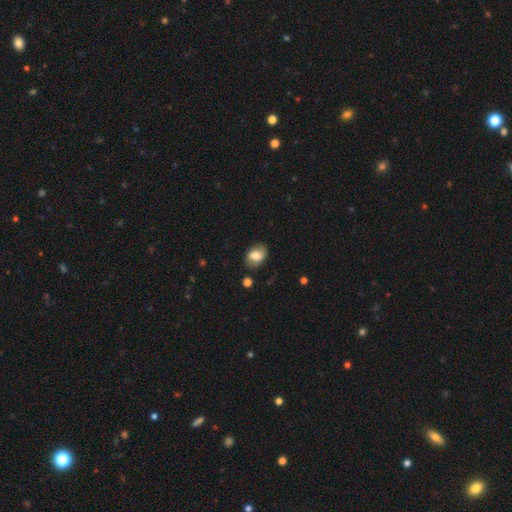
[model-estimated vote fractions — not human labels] Overall: smooth (70%). How rounded: in between (77%). Merging: none (80%).